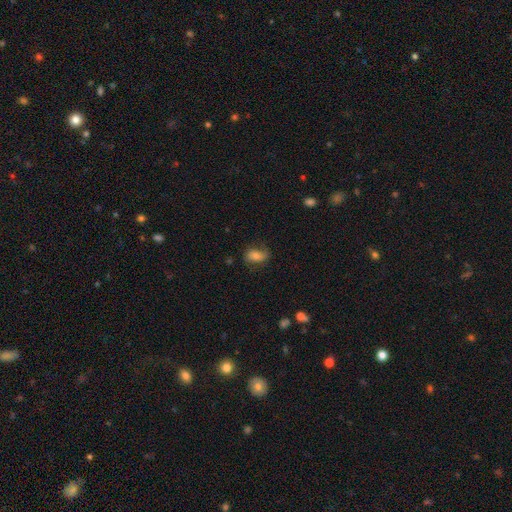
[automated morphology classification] Smooth or featured? Predicted: smooth (p=0.63). How rounded? Predicted: in between (p=0.85). Merging? Predicted: none (p=0.66).